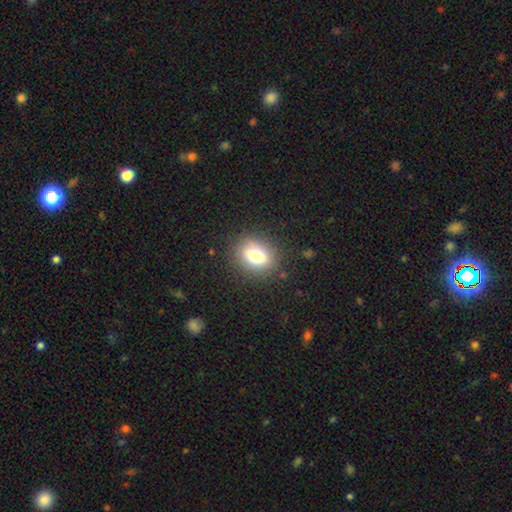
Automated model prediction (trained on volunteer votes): Smooth or featured?
  - smooth: 75% *
  - featured or disk: 14%
  - star or artifact: 12%
How rounded?
  - in between: 57% *
  - round: 41%
  - cigar-shaped: 2%
Merging?
  - none: 85% *
  - minor disturbance: 10%
  - major disturbance: 4%
  - merger: 1%